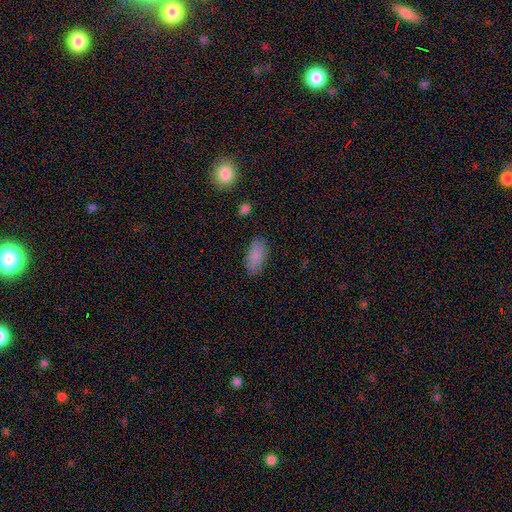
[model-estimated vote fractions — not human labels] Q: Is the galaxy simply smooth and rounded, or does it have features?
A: smooth — 86%.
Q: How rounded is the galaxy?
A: in between — 92%.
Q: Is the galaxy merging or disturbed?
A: none — 83%.